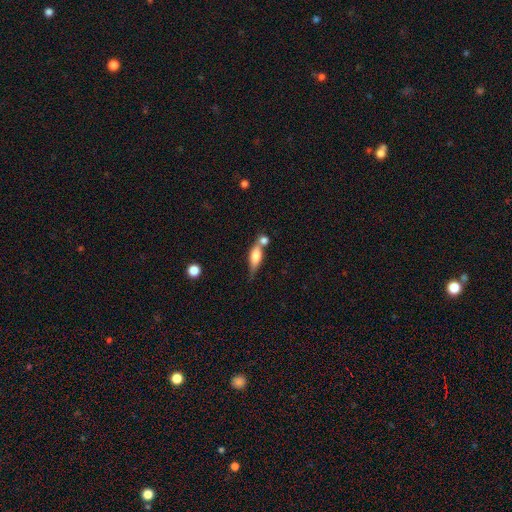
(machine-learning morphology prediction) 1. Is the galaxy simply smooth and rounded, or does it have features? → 58% smooth, 34% featured or disk, 8% star or artifact.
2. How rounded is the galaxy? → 57% in between, 39% cigar-shaped, 5% round.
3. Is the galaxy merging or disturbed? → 40% none, 36% merger, 17% minor disturbance, 7% major disturbance.